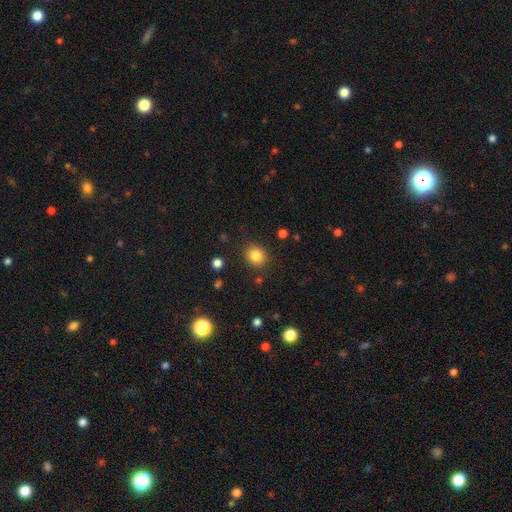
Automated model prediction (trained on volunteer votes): Smooth or featured: smooth — 83% (star or artifact — 11%)
How rounded: round — 75% (in between — 24%)
Merging: none — 87% (minor disturbance — 9%)